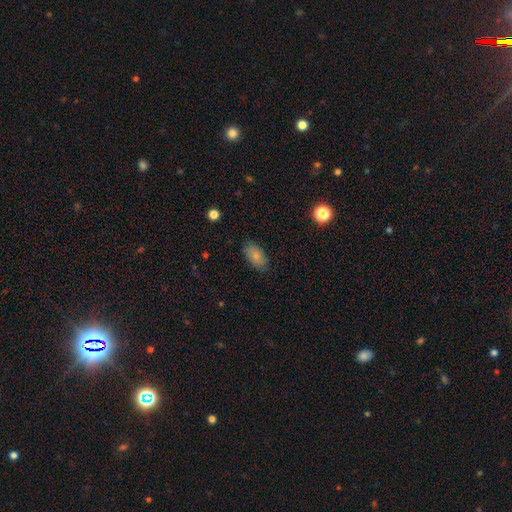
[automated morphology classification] The model was most divided on "merging": none: 84%, minor disturbance: 12%, major disturbance: 3%, merger: 1%. More confident: how rounded — in between (92%); smooth or featured — smooth (83%).